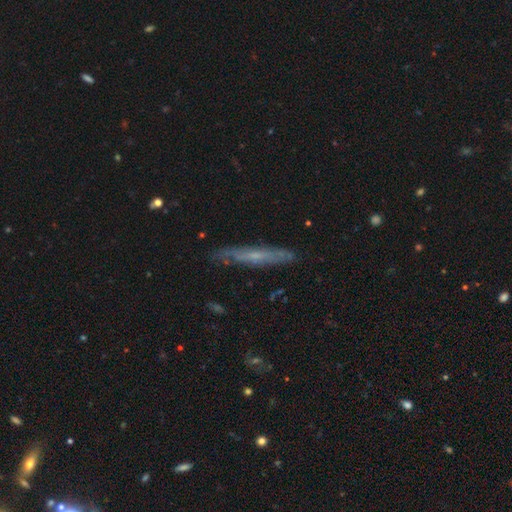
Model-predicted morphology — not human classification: type=featured or disk (56%); edge-on=yes (81%); merging=none (83%).